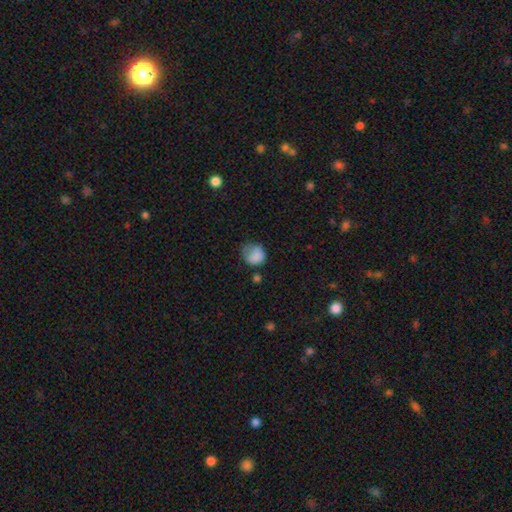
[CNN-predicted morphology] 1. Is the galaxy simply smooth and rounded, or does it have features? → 81% smooth, 10% star or artifact, 9% featured or disk.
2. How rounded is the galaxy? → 73% round, 26% in between, 1% cigar-shaped.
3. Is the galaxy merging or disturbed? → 43% none, 33% minor disturbance, 20% major disturbance, 3% merger.